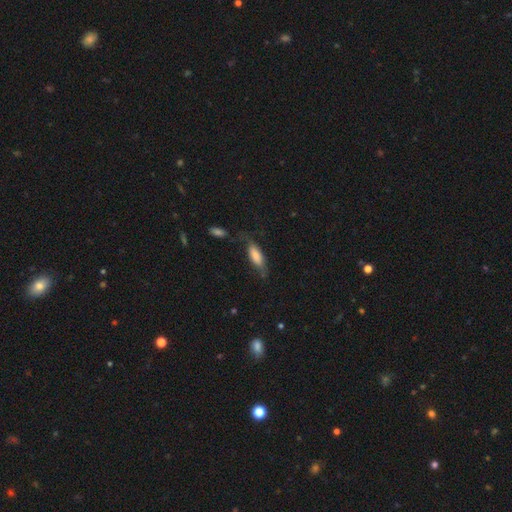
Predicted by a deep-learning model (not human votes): smooth 74%, featured or disk 19%, star or artifact 7%. Down the decision tree: how rounded — in between (67%); merging — none (52%).